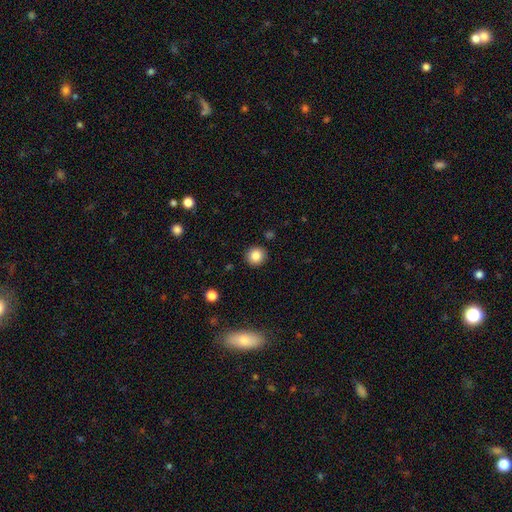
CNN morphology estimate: Smooth or featured? smooth (84%)
How rounded? round (92%)
Merging? none (91%)